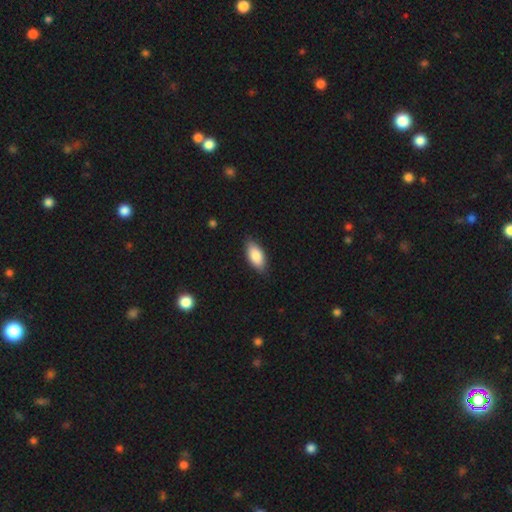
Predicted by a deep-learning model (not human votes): A smooth galaxy with no disk features (86%) that is in between round and cigar-shaped (90%). Merging: none (85%).